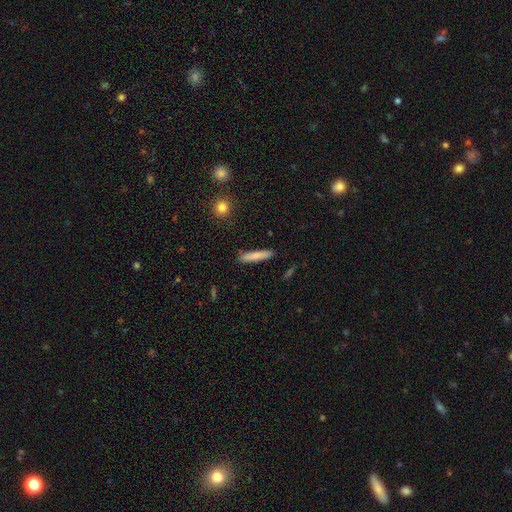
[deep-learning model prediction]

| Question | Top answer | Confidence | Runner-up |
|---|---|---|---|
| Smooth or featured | smooth | 77% | featured or disk (16%) |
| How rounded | cigar-shaped | 89% | in between (10%) |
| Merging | none | 89% | minor disturbance (8%) |